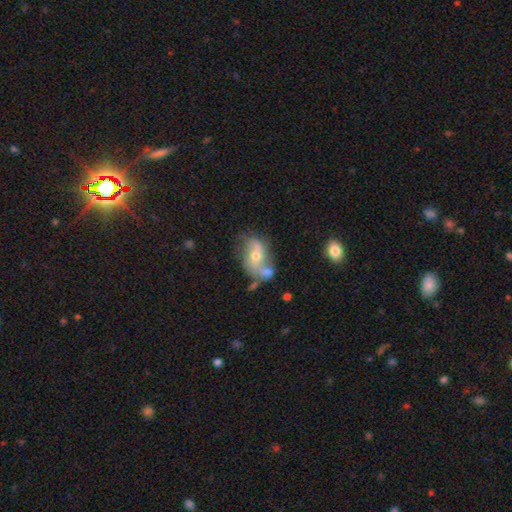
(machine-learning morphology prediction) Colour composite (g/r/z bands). It shows a featured or disk galaxy (68%) with no bar (54%), 2 (84%) loose (57%) spiral arms (81%) and a moderate central bulge (59%). Merging: none (37%).